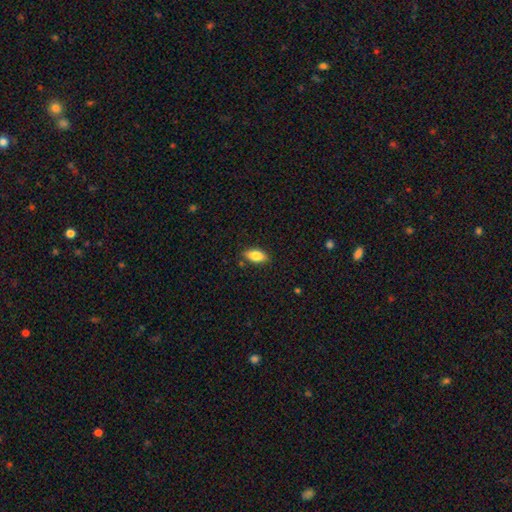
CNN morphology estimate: Smooth or featured?
  - smooth: 82% *
  - featured or disk: 11%
  - star or artifact: 7%
How rounded?
  - in between: 89% *
  - cigar-shaped: 8%
  - round: 3%
Merging?
  - none: 84% *
  - minor disturbance: 12%
  - major disturbance: 2%
  - merger: 2%